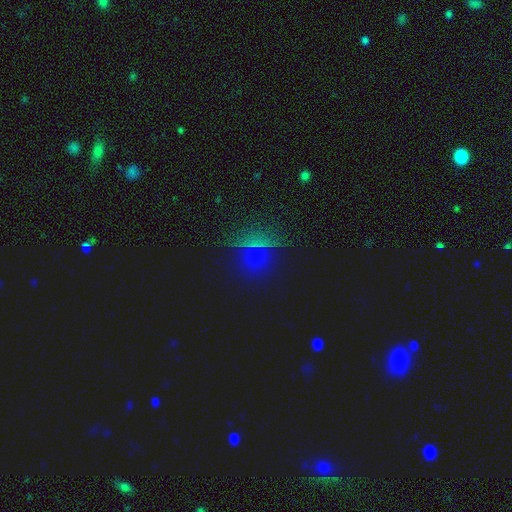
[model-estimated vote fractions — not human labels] The model was most divided on "smooth or featured": star or artifact: 54%, smooth: 35%, featured or disk: 11%.